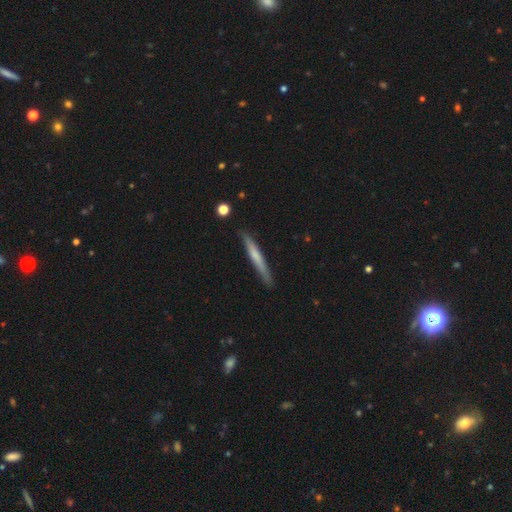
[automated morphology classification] Q: Smooth or featured?
A: smooth (54%); runner-up: featured or disk (41%)
Q: How rounded?
A: cigar-shaped (96%); runner-up: in between (3%)
Q: Merging?
A: none (86%); runner-up: minor disturbance (11%)